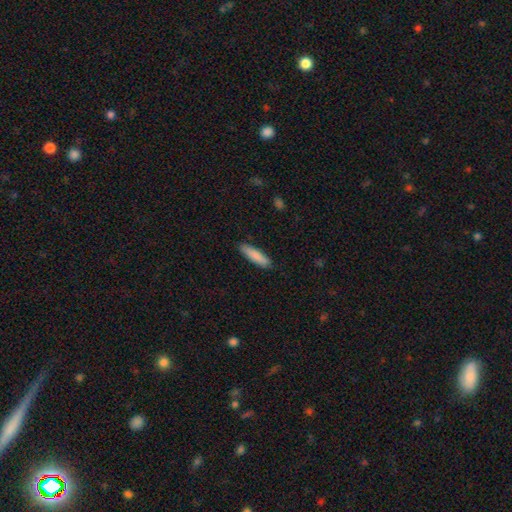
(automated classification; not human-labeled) Morphology: type=smooth (87%); roundness=cigar-shaped (70%); merging=none (88%).